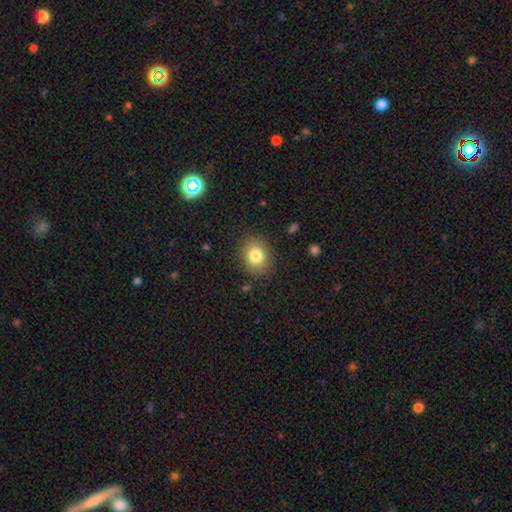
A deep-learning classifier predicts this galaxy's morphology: The model was most divided on "how rounded": round: 61%, in between: 38%, cigar-shaped: 1%. More confident: merging — none (86%); smooth or featured — smooth (80%).